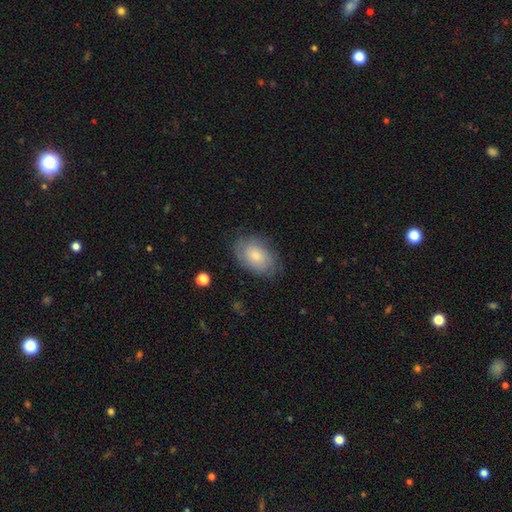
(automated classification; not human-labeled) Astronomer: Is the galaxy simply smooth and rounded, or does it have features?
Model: smooth — 67%.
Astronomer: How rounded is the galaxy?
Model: in between — 87%.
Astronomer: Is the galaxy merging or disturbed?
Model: none — 73%.